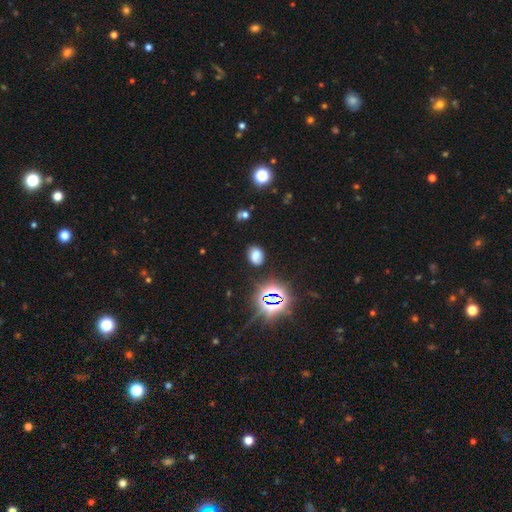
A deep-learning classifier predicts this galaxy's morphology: Q: Smooth or featured?
A: smooth (63%); runner-up: star or artifact (25%)
Q: How rounded?
A: in between (69%); runner-up: round (30%)
Q: Merging?
A: none (77%); runner-up: minor disturbance (15%)